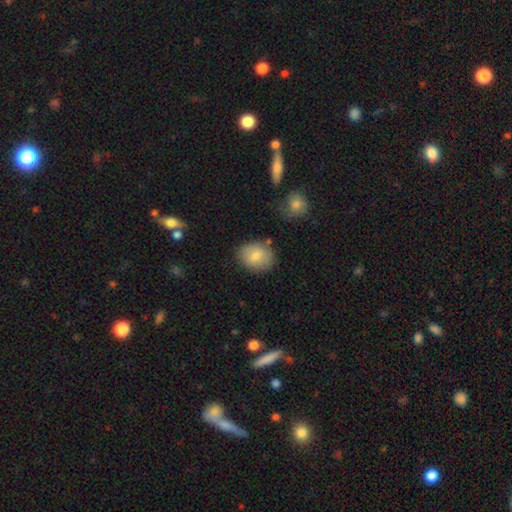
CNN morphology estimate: This is likely a smooth galaxy (79%). How rounded: possibly round (52%). Merging: likely none (75%).